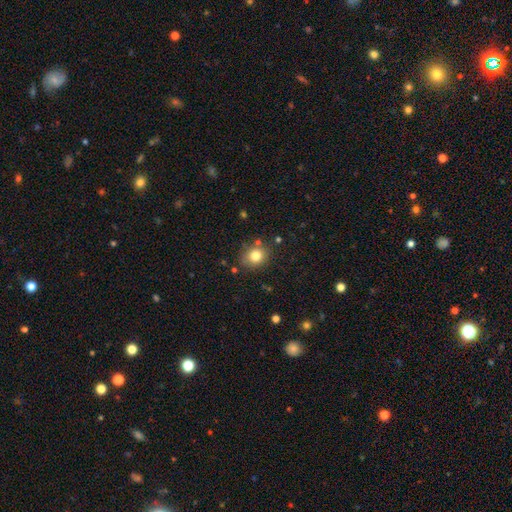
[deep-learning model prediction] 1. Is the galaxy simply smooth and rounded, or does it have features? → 80% smooth, 11% star or artifact, 9% featured or disk.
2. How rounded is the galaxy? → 64% round, 35% in between, 1% cigar-shaped.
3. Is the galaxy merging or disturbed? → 78% none, 14% minor disturbance, 4% merger, 4% major disturbance.